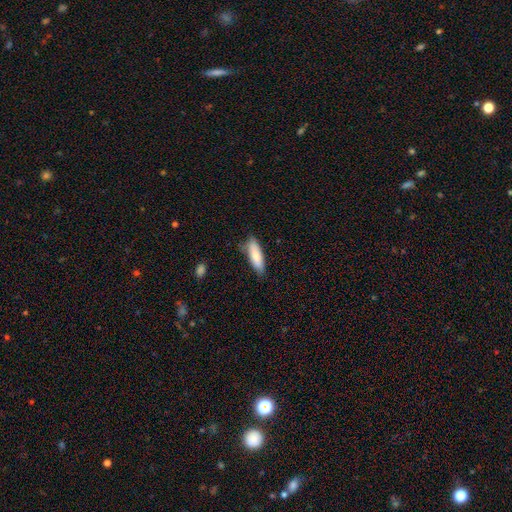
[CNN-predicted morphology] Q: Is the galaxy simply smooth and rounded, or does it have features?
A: smooth — 82%.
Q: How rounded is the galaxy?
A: in between — 51%.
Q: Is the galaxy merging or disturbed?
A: none — 74%.